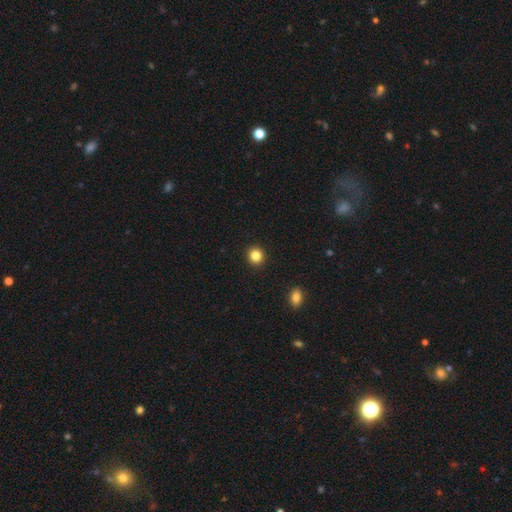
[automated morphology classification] smooth_or_featured: smooth (p=0.85) [alt: star or artifact p=0.11]
how_rounded: round (p=0.88) [alt: in between p=0.11]
merging: none (p=0.93) [alt: minor disturbance p=0.04]